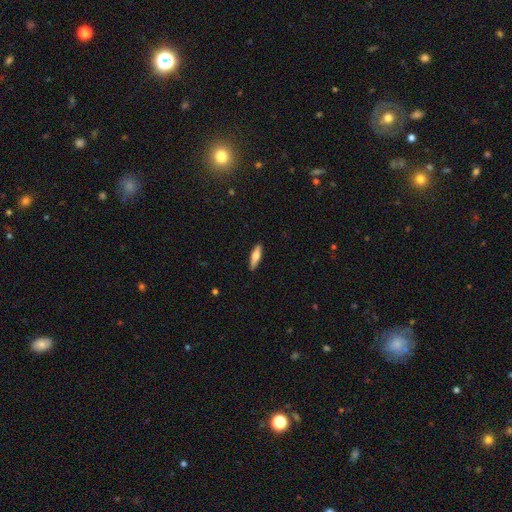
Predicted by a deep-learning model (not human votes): Smooth or featured? smooth (65%)
How rounded? cigar-shaped (62%)
Merging? none (89%)